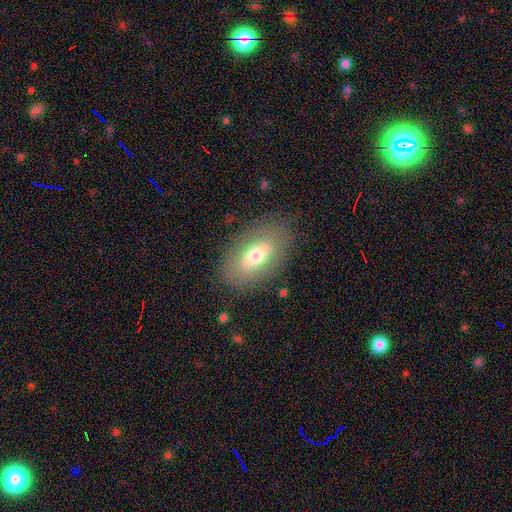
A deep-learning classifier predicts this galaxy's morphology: smooth-or-featured: smooth: 58% | featured or disk: 34% | star or artifact: 8%
  how-rounded: in between: 90% | round: 6% | cigar-shaped: 4%
  merging: none: 81% | minor disturbance: 12% | major disturbance: 5% | merger: 1%